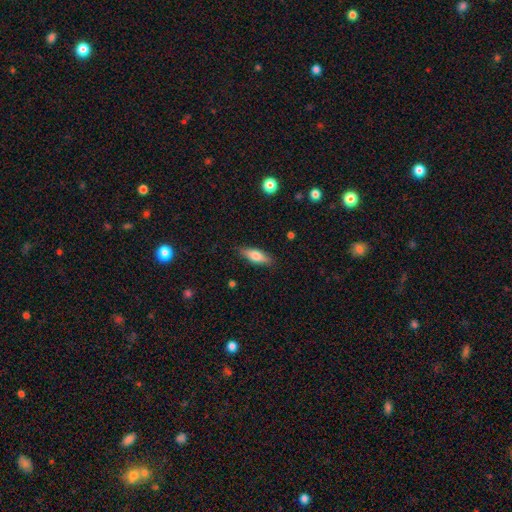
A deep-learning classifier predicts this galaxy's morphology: Overall: smooth (67%; featured or disk 27%). How rounded: in between (57%; cigar-shaped 41%). Merging: none (86%).